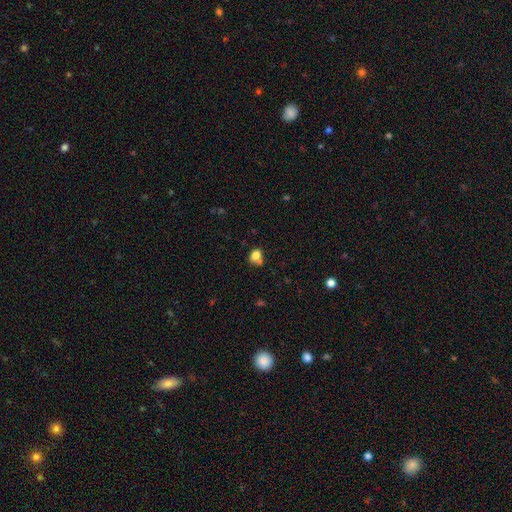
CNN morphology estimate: Smooth or featured?
  - smooth: 78% *
  - star or artifact: 12%
  - featured or disk: 10%
How rounded?
  - round: 52% *
  - in between: 47%
  - cigar-shaped: 1%
Merging?
  - none: 52% *
  - merger: 23%
  - minor disturbance: 18%
  - major disturbance: 6%